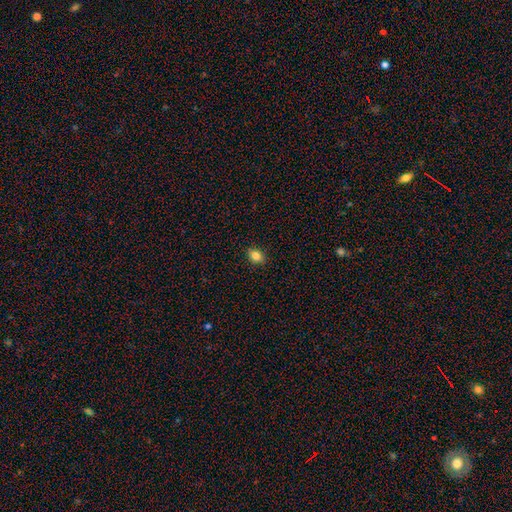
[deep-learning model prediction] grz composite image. It shows a smooth galaxy with no disk features (83%) that is in between round and cigar-shaped (63%). Merging: none (89%).